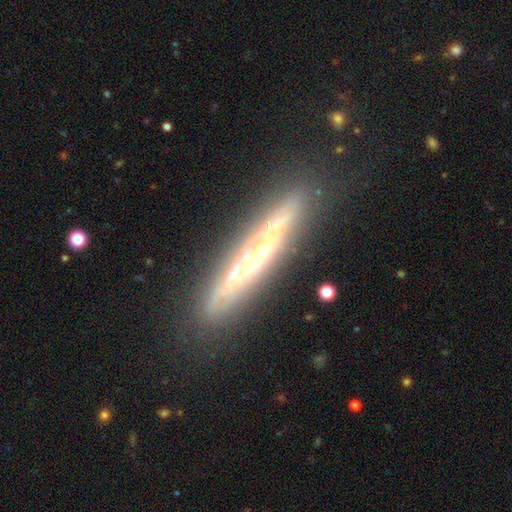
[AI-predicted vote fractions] Smooth or featured: featured or disk — 72% (smooth — 20%)
Edge-on disk: yes — 83% (no — 17%)
Edge-on bulge: none — 62% (rounded — 30%)
Merging: none — 84% (minor disturbance — 12%)